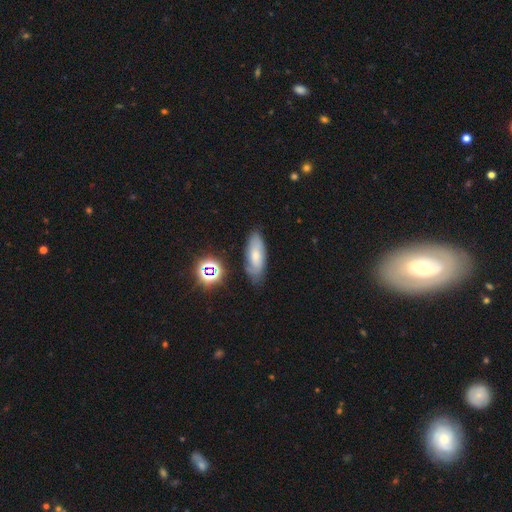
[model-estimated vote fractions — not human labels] Morphology: type=smooth (57%); roundness=in between (76%); merging=none (72%).